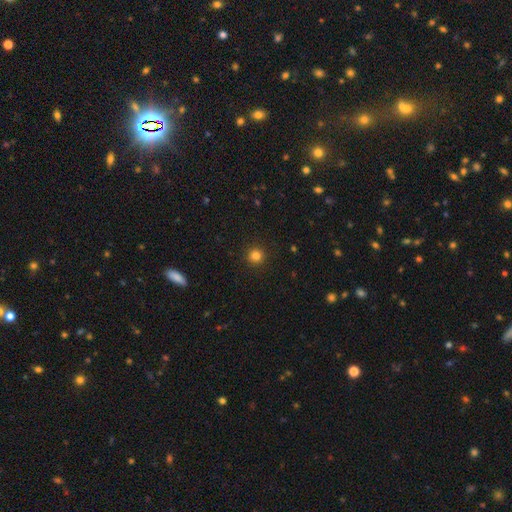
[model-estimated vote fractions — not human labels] Smooth or featured? smooth (82%)
How rounded? round (95%)
Merging? none (92%)